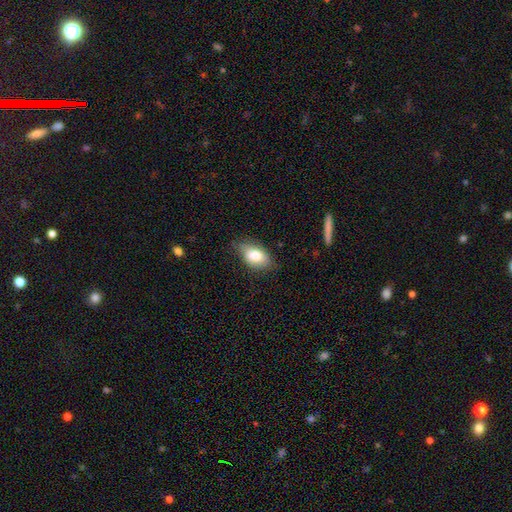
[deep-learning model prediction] smooth-or-featured: smooth: 78% | featured or disk: 15% | star or artifact: 8%
  how-rounded: in between: 88% | round: 10% | cigar-shaped: 2%
  merging: none: 64% | minor disturbance: 29% | major disturbance: 6% | merger: 2%